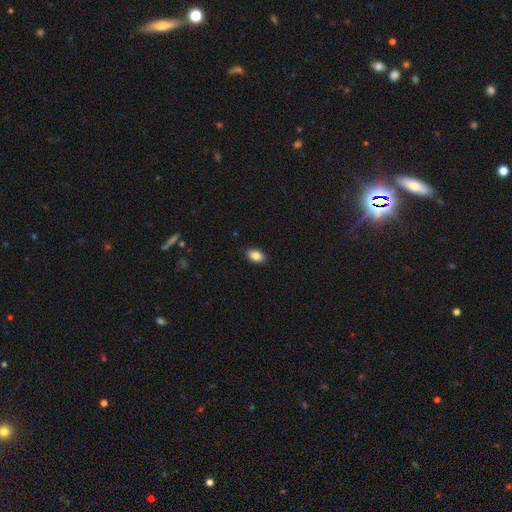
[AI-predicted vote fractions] Q: Smooth or featured?
A: smooth (86%); runner-up: star or artifact (8%)
Q: How rounded?
A: in between (88%); runner-up: round (10%)
Q: Merging?
A: none (88%); runner-up: minor disturbance (10%)